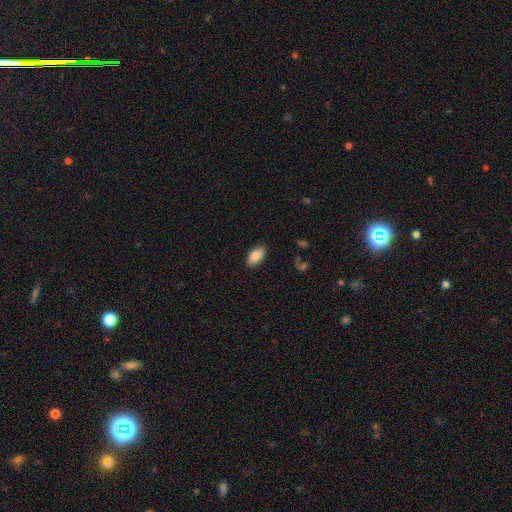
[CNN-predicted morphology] Q: Smooth or featured?
A: smooth (87%); runner-up: star or artifact (7%)
Q: How rounded?
A: in between (95%); runner-up: round (3%)
Q: Merging?
A: none (88%); runner-up: minor disturbance (9%)